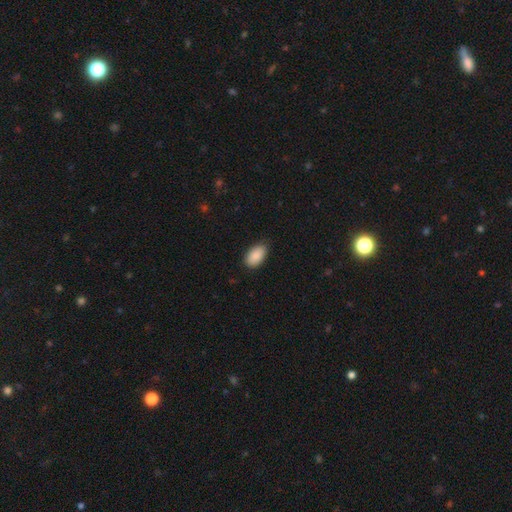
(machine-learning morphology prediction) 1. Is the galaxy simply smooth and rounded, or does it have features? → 89% smooth, 6% star or artifact, 5% featured or disk.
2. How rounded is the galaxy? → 94% in between, 4% round, 2% cigar-shaped.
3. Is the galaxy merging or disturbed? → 84% none, 13% minor disturbance, 2% major disturbance, 1% merger.